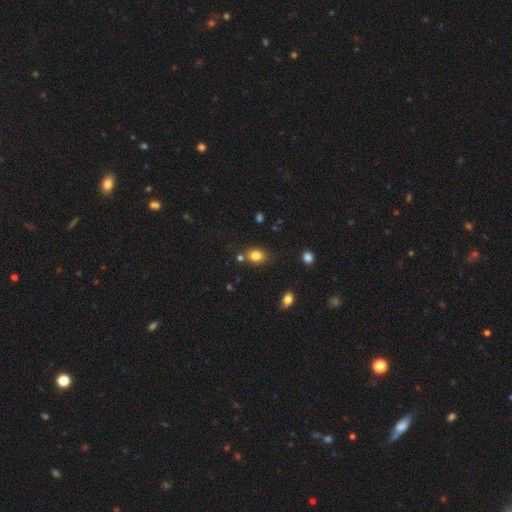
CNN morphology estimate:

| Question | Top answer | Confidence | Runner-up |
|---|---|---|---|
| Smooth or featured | smooth | 81% | star or artifact (12%) |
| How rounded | in between | 54% | round (45%) |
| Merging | none | 74% | minor disturbance (13%) |